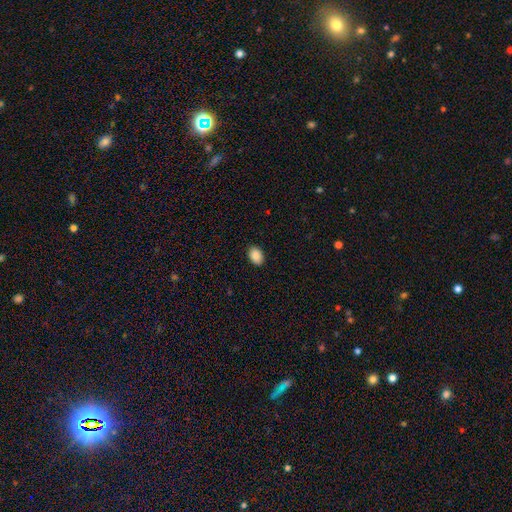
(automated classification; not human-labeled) Smooth or featured? Predicted: smooth (p=0.88). How rounded? Predicted: in between (p=0.82). Merging? Predicted: none (p=0.90).